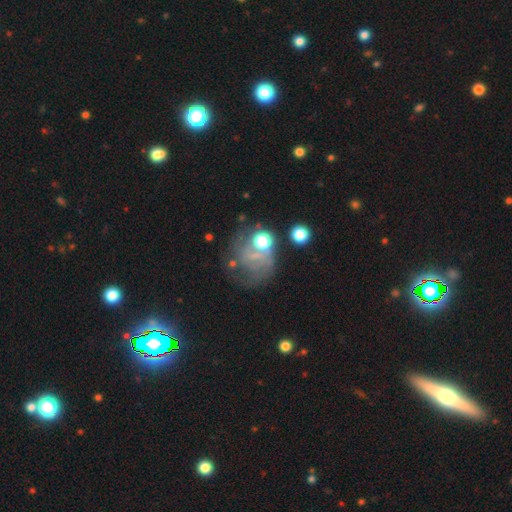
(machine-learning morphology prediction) Smooth or featured? featured or disk (48%)
Merging? none (38%)